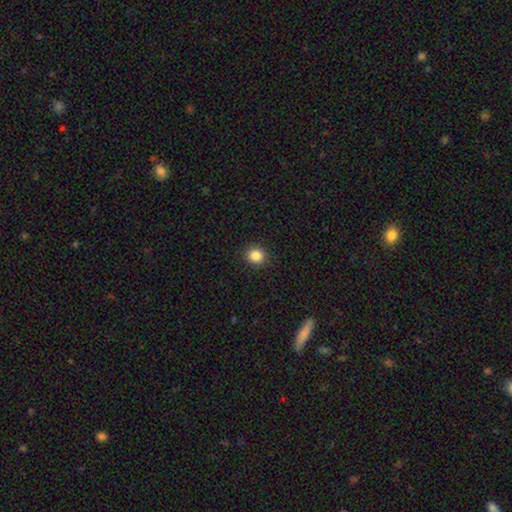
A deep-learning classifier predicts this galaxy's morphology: Smooth or featured: smooth — 86% (star or artifact — 10%)
How rounded: round — 83% (in between — 16%)
Merging: none — 91% (minor disturbance — 6%)